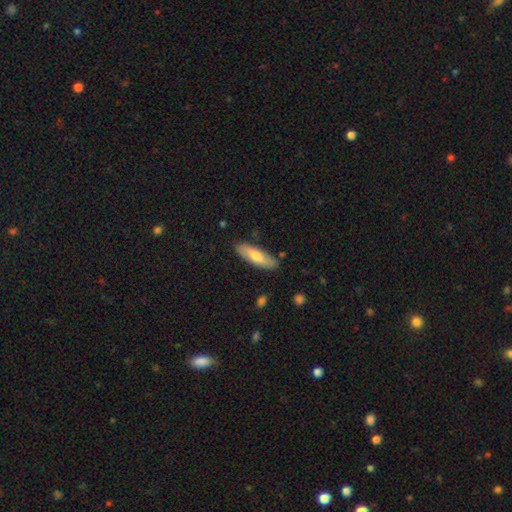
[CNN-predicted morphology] The model was most divided on "how rounded": in between: 53%, cigar-shaped: 45%, round: 2%. More confident: merging — none (83%); smooth or featured — smooth (67%).